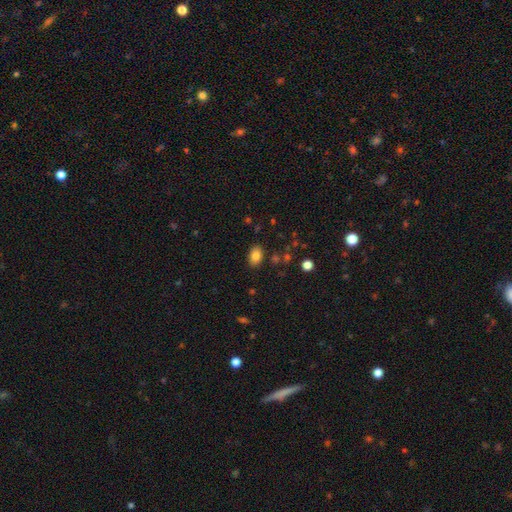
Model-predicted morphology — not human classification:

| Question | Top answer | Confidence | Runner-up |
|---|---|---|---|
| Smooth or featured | smooth | 84% | star or artifact (10%) |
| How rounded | in between | 82% | round (17%) |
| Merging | none | 84% | minor disturbance (11%) |